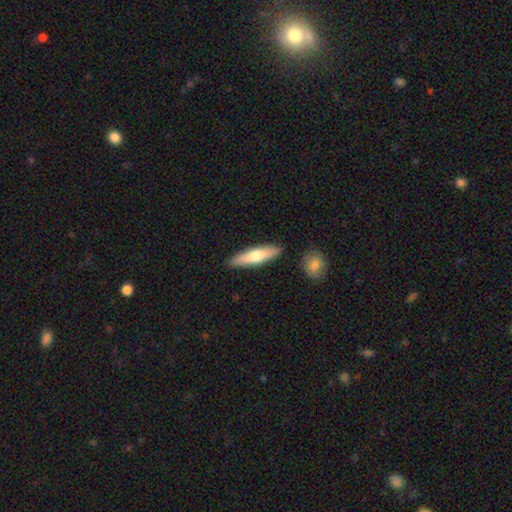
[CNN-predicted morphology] Overall: smooth (63%; featured or disk 32%). How rounded: cigar-shaped (72%). Merging: none (87%).